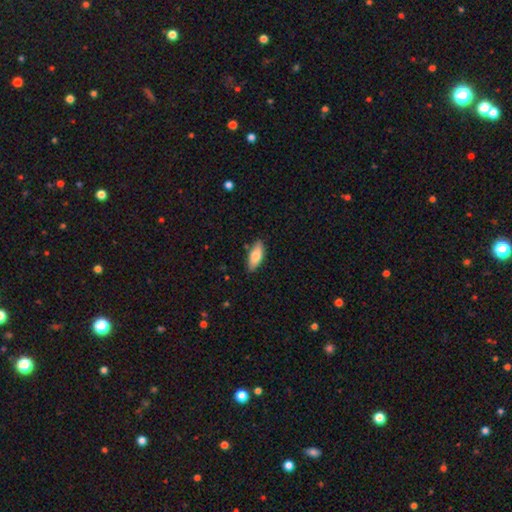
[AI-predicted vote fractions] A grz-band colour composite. It shows a smooth galaxy with no disk features (77%) that is in between round and cigar-shaped (78%). Merging: none (83%).